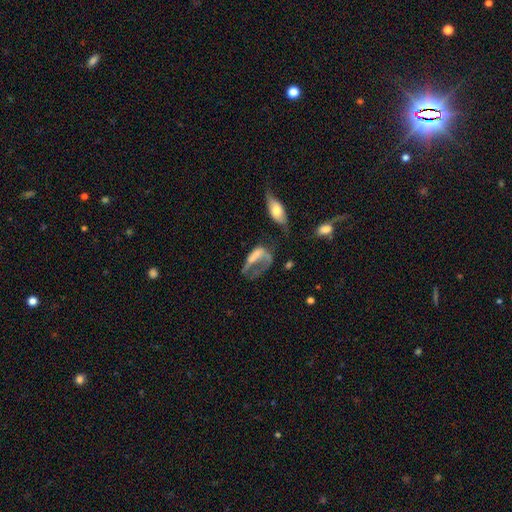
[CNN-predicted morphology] Overall: featured or disk (46%; smooth 43%). Merging: major disturbance (57%; none 18%).